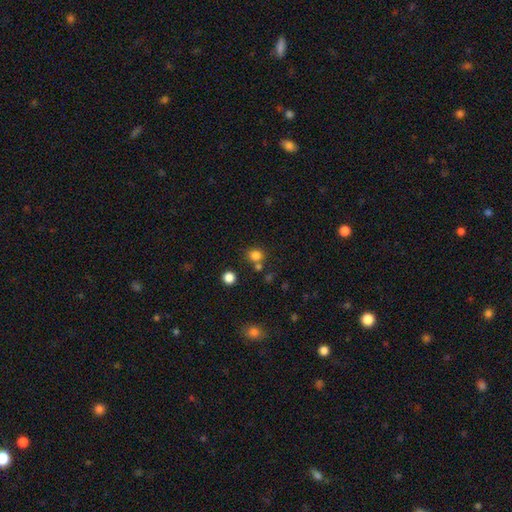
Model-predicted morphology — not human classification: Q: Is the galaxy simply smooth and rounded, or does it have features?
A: smooth — 80%.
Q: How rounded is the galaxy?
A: round — 72%.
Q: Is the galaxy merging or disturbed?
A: none — 68%.